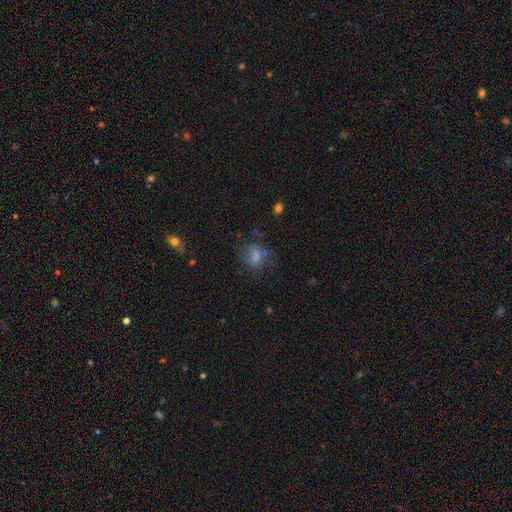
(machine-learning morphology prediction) smooth-or-featured: smooth: 62% | featured or disk: 24% | star or artifact: 14%
  how-rounded: in between: 73% | round: 22% | cigar-shaped: 5%
  merging: none: 49% | minor disturbance: 23% | major disturbance: 23% | merger: 6%